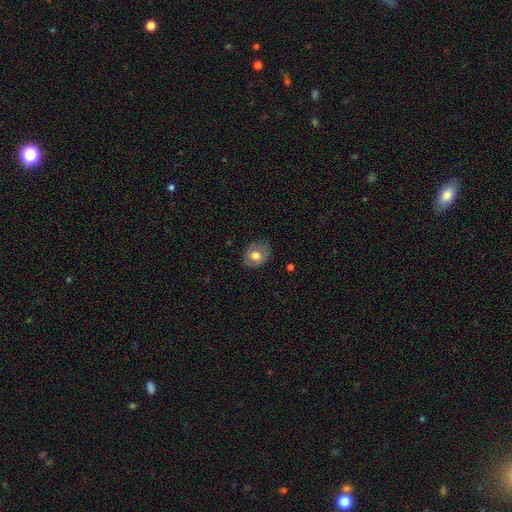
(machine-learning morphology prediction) This is likely a smooth galaxy (67%). How rounded: possibly in between (54%). Merging: likely none (77%).